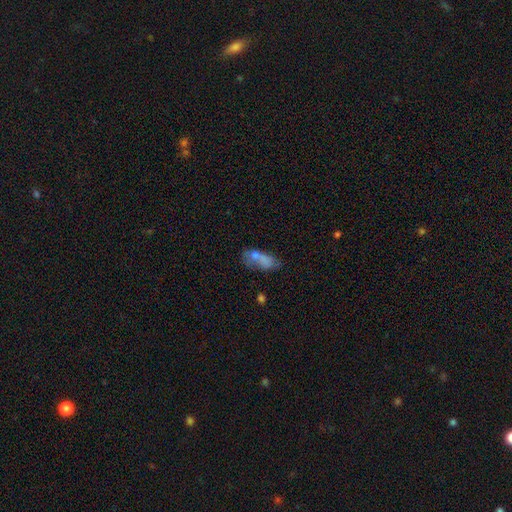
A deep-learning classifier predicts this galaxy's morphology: This is likely a smooth galaxy (63%). How rounded: clearly in between (82%). Merging: marginally merger (40%).